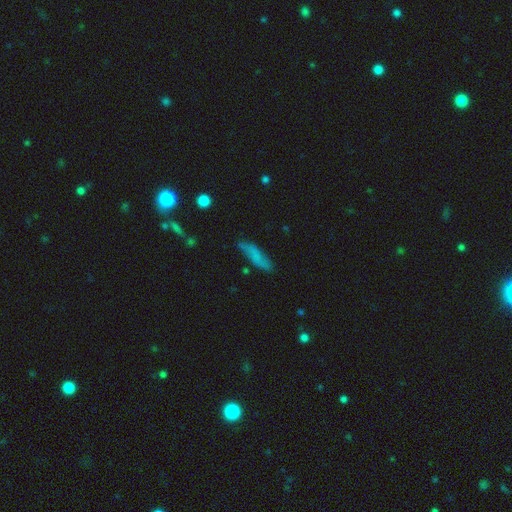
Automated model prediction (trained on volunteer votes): Q: Smooth or featured?
A: smooth (64%); runner-up: featured or disk (27%)
Q: How rounded?
A: cigar-shaped (64%); runner-up: in between (33%)
Q: Merging?
A: none (71%); runner-up: minor disturbance (21%)